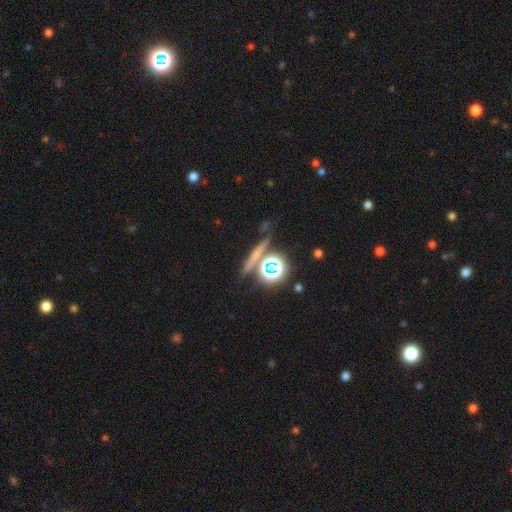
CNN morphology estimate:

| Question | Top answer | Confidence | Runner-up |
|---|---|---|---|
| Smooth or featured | smooth | 37% | tied: star or artifact (37%) |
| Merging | none | 77% | merger (10%) |